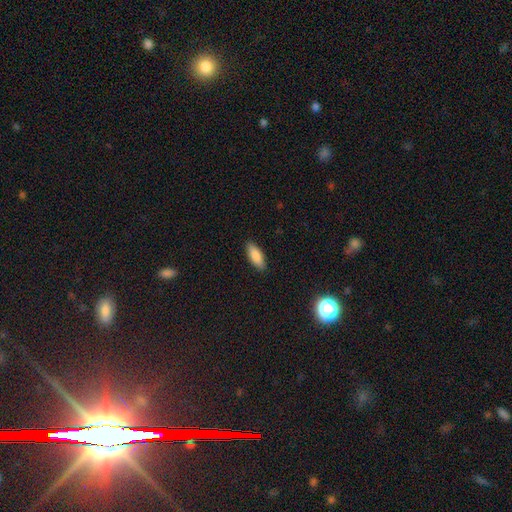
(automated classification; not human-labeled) The model was most divided on "how rounded": in between: 68%, cigar-shaped: 30%, round: 2%. More confident: merging — none (88%); smooth or featured — smooth (84%).